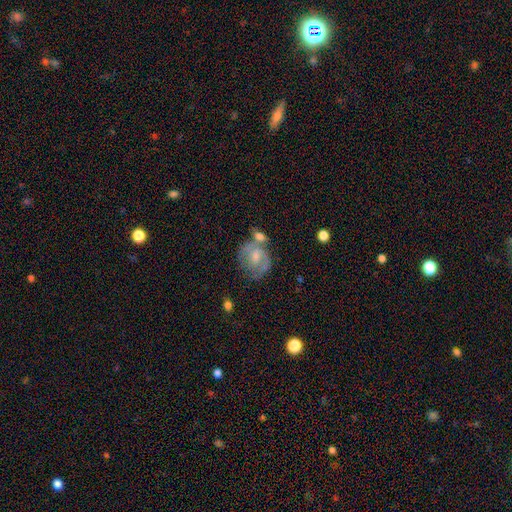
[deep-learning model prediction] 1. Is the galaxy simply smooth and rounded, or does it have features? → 61% featured or disk, 31% smooth, 8% star or artifact.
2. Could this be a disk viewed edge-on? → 97% no, 3% yes.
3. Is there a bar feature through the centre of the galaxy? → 47% no, 43% weak, 10% strong.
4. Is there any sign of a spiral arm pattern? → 75% yes, 25% no.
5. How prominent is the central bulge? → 40% small (tied), 40% moderate (tied), 14% none, 5% large, 1% dominant.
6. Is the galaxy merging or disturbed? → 40% none, 28% merger, 19% minor disturbance, 13% major disturbance.